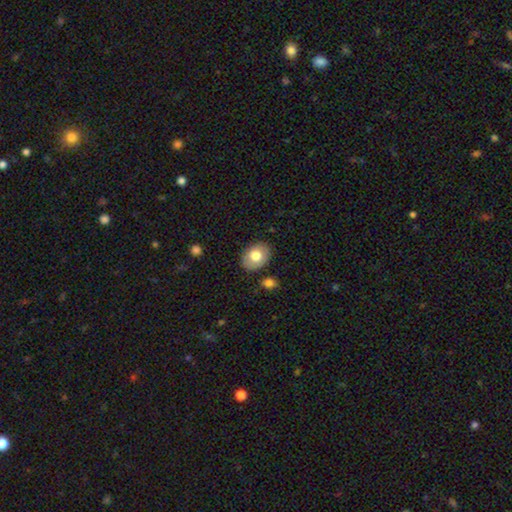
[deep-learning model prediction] smooth_or_featured: smooth (p=0.73) [alt: featured or disk p=0.20]
how_rounded: in between (p=0.73) [alt: round p=0.26]
merging: none (p=0.84) [alt: minor disturbance p=0.11]